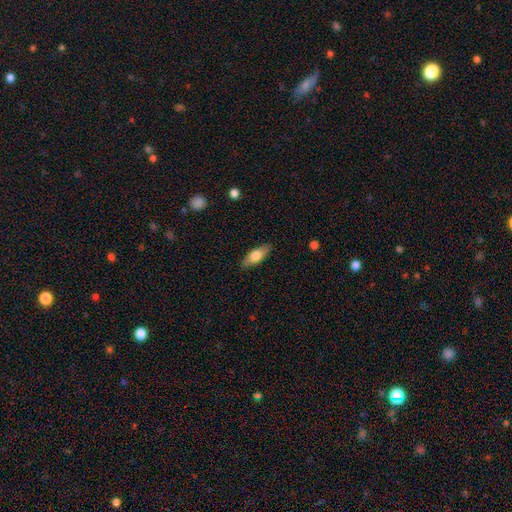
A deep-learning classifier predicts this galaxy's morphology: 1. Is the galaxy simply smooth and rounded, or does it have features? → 68% smooth, 26% featured or disk, 6% star or artifact.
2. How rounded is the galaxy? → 73% in between, 24% cigar-shaped, 3% round.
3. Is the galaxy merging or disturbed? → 86% none, 11% minor disturbance, 2% major disturbance, 1% merger.